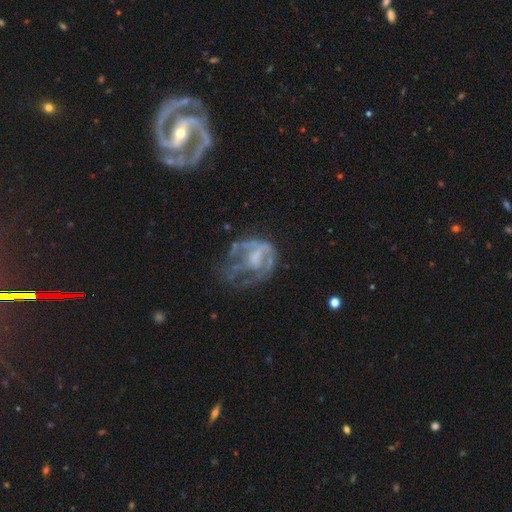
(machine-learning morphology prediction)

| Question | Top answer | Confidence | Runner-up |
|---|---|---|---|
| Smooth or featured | featured or disk | 68% | smooth (21%) |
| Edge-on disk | no | 97% | yes (3%) |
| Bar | no | 63% | weak (29%) |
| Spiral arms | no | 57% | yes (43%) |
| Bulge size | none | 42% | moderate (29%) |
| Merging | major disturbance | 40% | none (34%) |